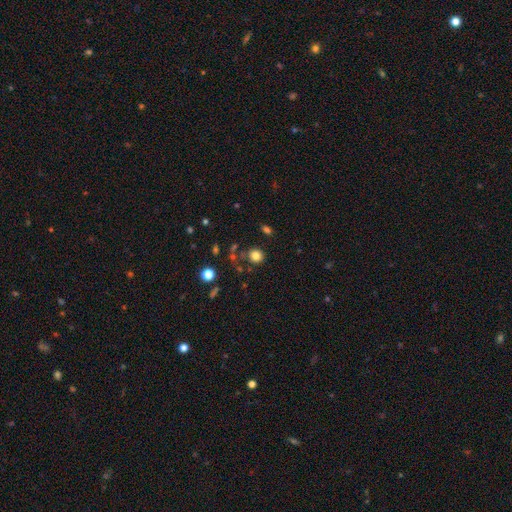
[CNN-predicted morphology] This appears to be a smooth galaxy with no disk features (81%) that is round (86%). Merging: none (79%).